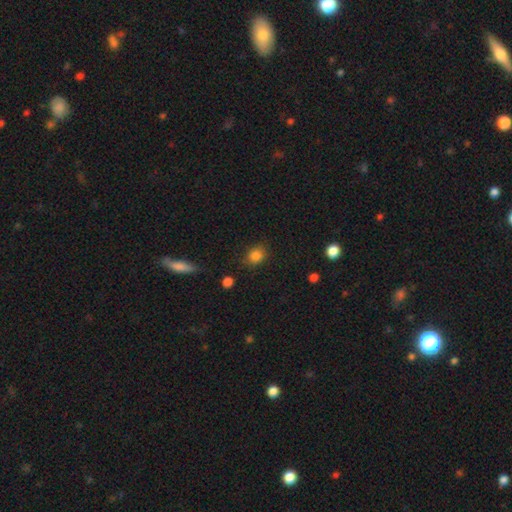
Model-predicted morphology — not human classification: Q: Smooth or featured?
A: smooth (84%); runner-up: star or artifact (12%)
Q: How rounded?
A: round (65%); runner-up: in between (33%)
Q: Merging?
A: none (78%); runner-up: minor disturbance (15%)